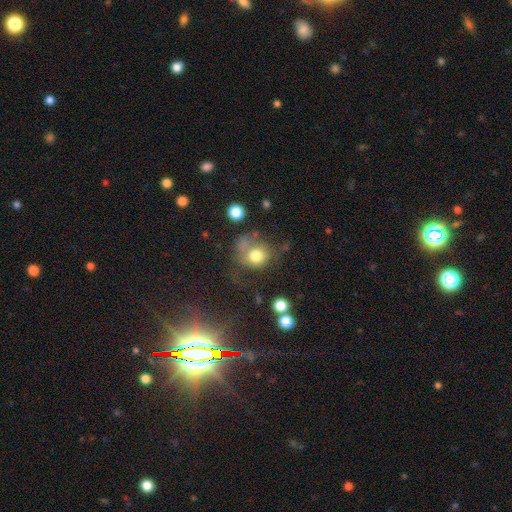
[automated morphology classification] A smooth galaxy with no disk features (73%) that is round (75%).

Vote fractions:
- Smooth or featured? smooth: 73% / featured or disk: 15% / star or artifact: 12%
- How rounded? round: 75% / in between: 24% / cigar-shaped: 1%
- Merging? none: 41% / major disturbance: 24% / minor disturbance: 22% / merger: 13%